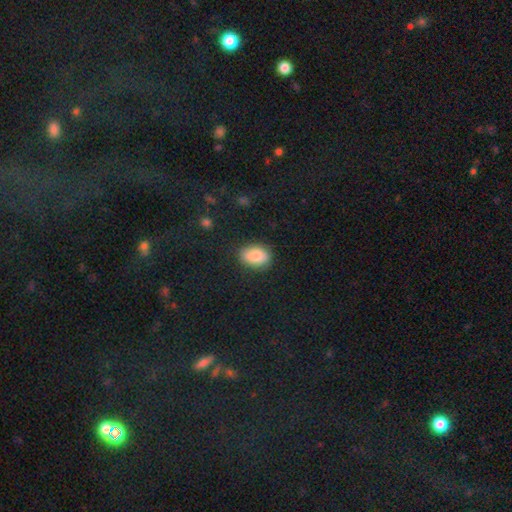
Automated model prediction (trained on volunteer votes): smooth 86%, star or artifact 8%, featured or disk 7%. Down the decision tree: how rounded — in between (80%); merging — none (84%).